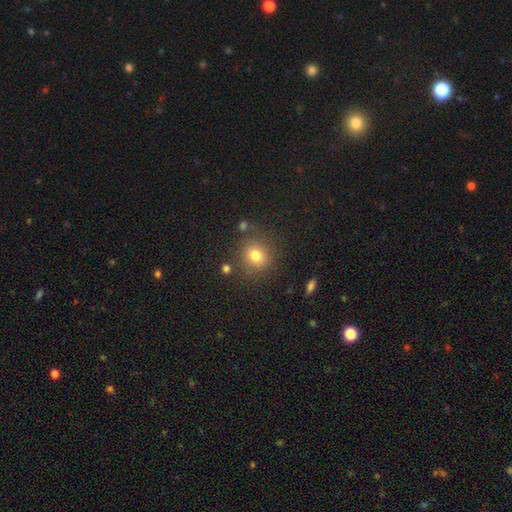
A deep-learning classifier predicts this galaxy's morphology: This is likely a smooth galaxy (78%). How rounded: clearly round (85%). Merging: clearly none (82%).